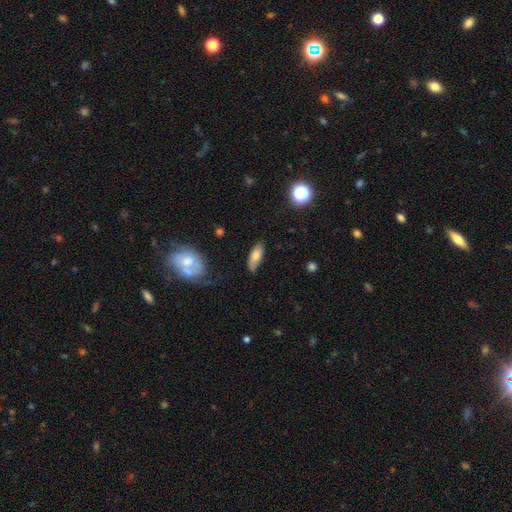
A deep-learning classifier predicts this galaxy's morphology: Smooth or featured: smooth — 73% (featured or disk — 19%)
How rounded: in between — 76% (cigar-shaped — 21%)
Merging: none — 72% (minor disturbance — 22%)